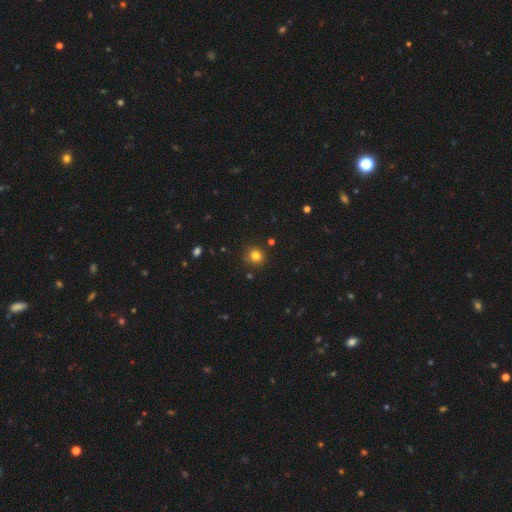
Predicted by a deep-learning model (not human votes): smooth_or_featured: smooth (p=0.80) [alt: star or artifact p=0.14]
how_rounded: round (p=0.89) [alt: in between p=0.10]
merging: none (p=0.87) [alt: minor disturbance p=0.09]